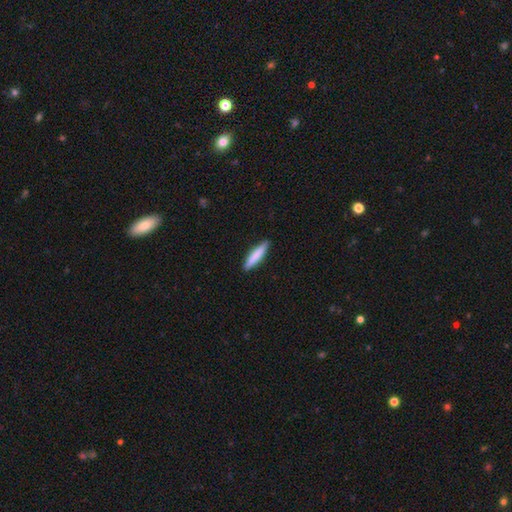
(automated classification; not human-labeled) smooth-or-featured: smooth: 81% | featured or disk: 14% | star or artifact: 5%
  how-rounded: cigar-shaped: 87% | in between: 11% | round: 1%
  merging: none: 90% | minor disturbance: 8% | major disturbance: 2% | merger: 1%